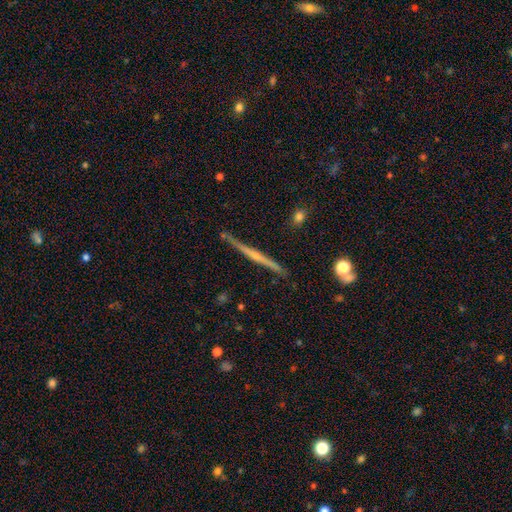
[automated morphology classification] The model was most divided on "edge-on bulge": rounded: 63%, none: 30%, boxy: 7%. More confident: edge-on disk — yes (98%); merging — none (86%); smooth or featured — featured or disk (78%).